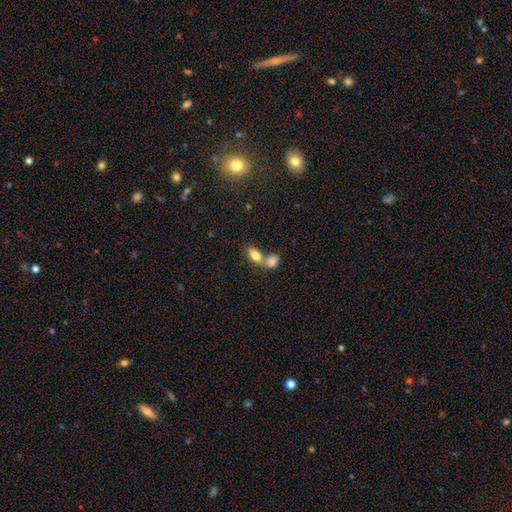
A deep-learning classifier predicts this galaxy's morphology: type=smooth (81%); roundness=in between (87%); merging=merger (66%).